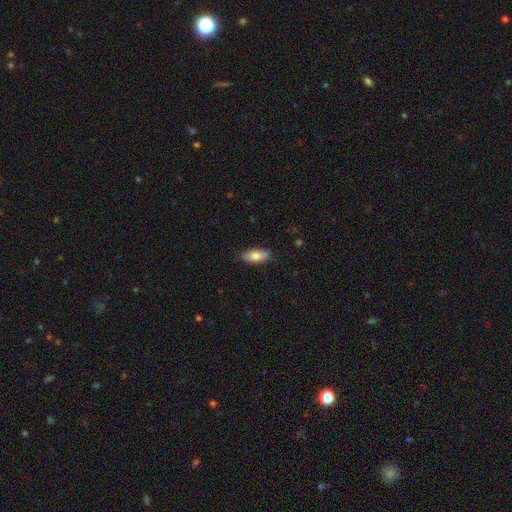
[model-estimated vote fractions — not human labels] Smooth or featured? smooth (84%)
How rounded? in between (87%)
Merging? none (83%)